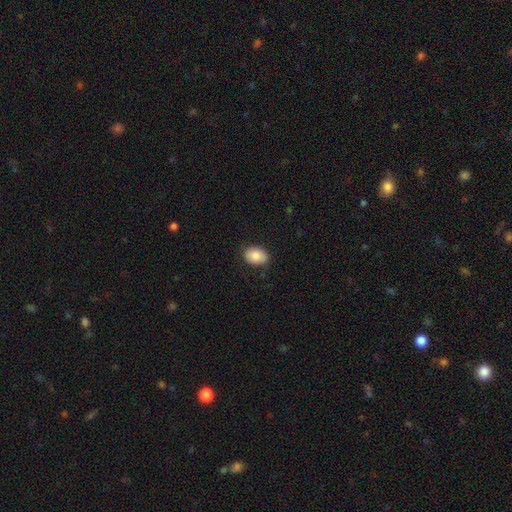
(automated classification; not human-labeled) Q: Smooth or featured?
A: smooth (86%); runner-up: featured or disk (7%)
Q: How rounded?
A: in between (81%); runner-up: round (18%)
Q: Merging?
A: none (85%); runner-up: minor disturbance (11%)